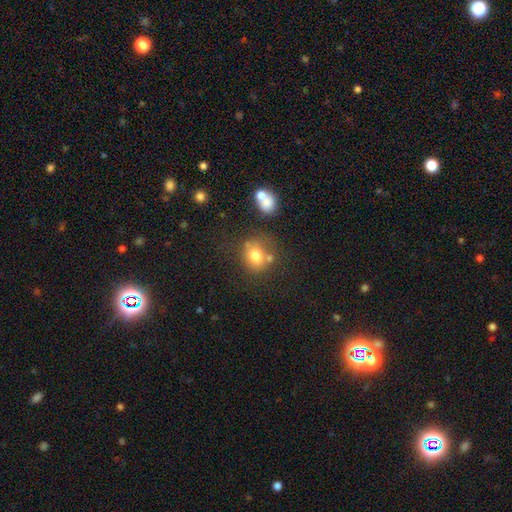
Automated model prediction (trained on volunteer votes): This is likely a smooth galaxy (74%). How rounded: likely round (74%). Merging: possibly none (57%).